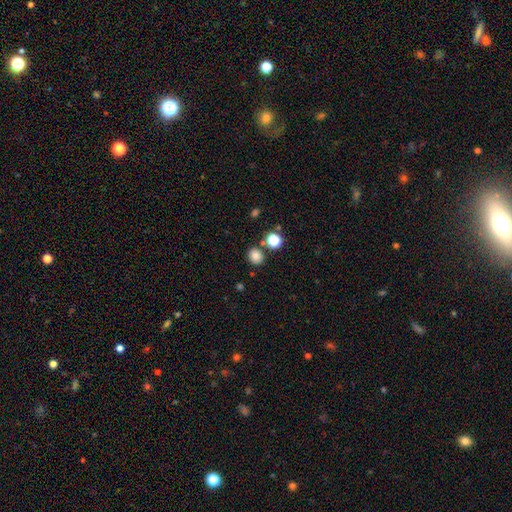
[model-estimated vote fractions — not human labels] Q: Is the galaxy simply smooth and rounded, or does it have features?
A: smooth — 81%.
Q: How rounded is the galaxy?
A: round — 75%.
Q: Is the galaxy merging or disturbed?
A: none — 81%.